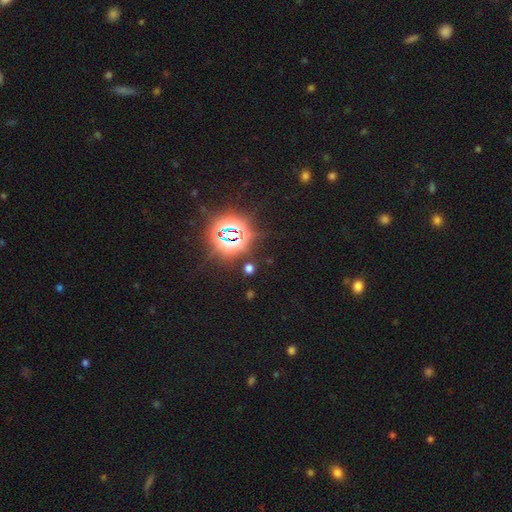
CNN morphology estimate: The model was most divided on "smooth or featured": star or artifact: 81%, smooth: 12%, featured or disk: 7%.